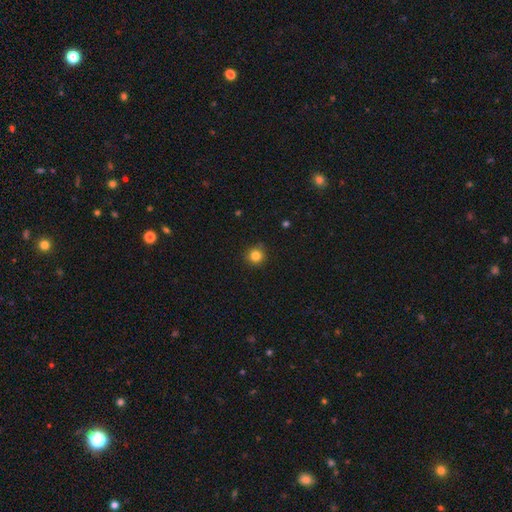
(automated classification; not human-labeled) A smooth galaxy with no disk features (83%) that is round (94%).

Vote fractions:
- Smooth or featured? smooth: 83% / star or artifact: 12% / featured or disk: 5%
- How rounded? round: 94% / in between: 5% / cigar-shaped: 1%
- Merging? none: 89% / minor disturbance: 8% / major disturbance: 2% / merger: 1%